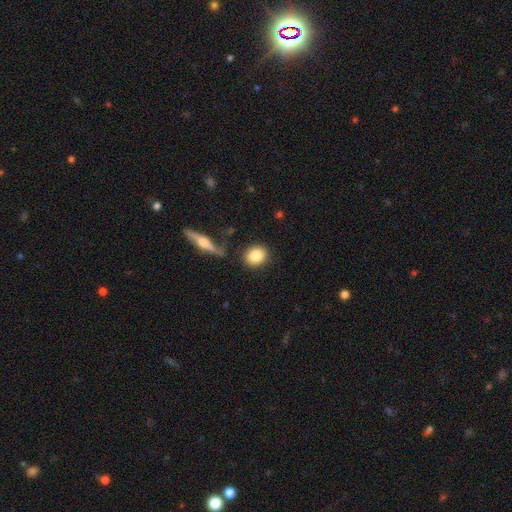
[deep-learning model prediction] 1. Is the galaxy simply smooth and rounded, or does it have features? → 84% smooth, 9% featured or disk, 7% star or artifact.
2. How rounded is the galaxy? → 57% round, 40% in between, 3% cigar-shaped.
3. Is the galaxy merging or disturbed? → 81% none, 10% minor disturbance, 5% merger, 3% major disturbance.